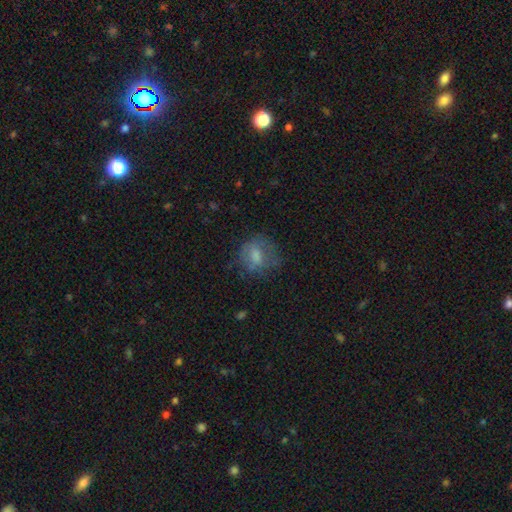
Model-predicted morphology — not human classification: type=smooth (61%); roundness=round (66%); merging=none (64%).